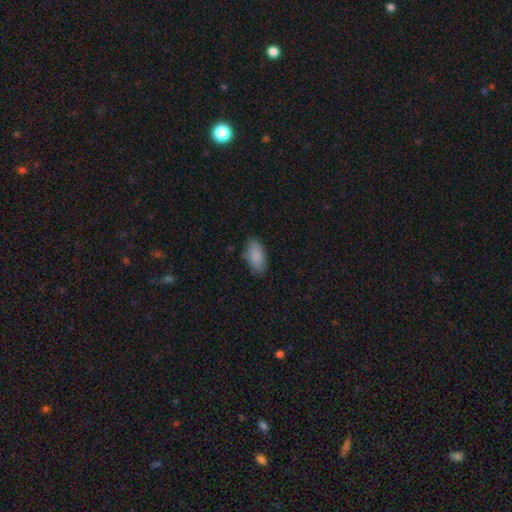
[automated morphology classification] Smooth or featured: smooth — 88% (star or artifact — 7%)
How rounded: in between — 92% (cigar-shaped — 5%)
Merging: none — 78% (minor disturbance — 17%)